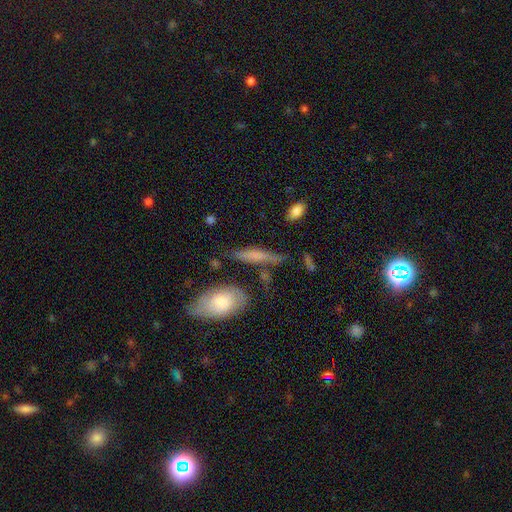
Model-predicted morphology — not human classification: type=smooth (59%); roundness=cigar-shaped (75%); merging=none (67%).